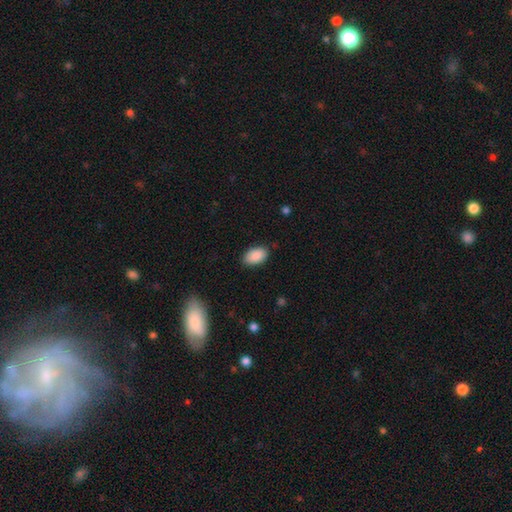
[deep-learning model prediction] This is clearly a smooth galaxy (89%). How rounded: clearly in between (93%). Merging: clearly none (85%).